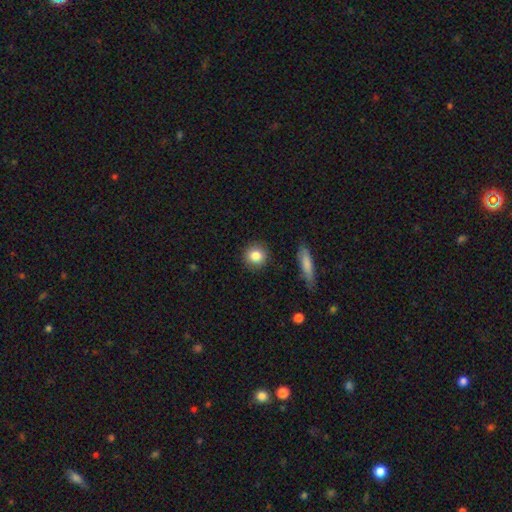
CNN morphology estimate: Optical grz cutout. It shows a smooth galaxy with no disk features (84%) that is round (88%). Merging: none (89%).